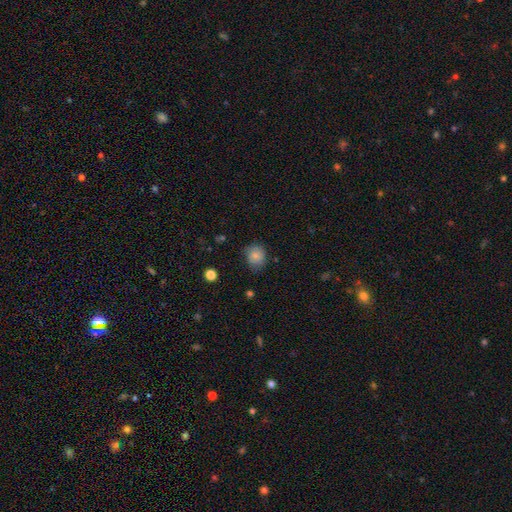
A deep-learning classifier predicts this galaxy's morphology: Smooth or featured?
  - smooth: 80% *
  - featured or disk: 11%
  - star or artifact: 9%
How rounded?
  - round: 74% *
  - in between: 25%
  - cigar-shaped: 1%
Merging?
  - none: 72% *
  - minor disturbance: 22%
  - major disturbance: 5%
  - merger: 1%